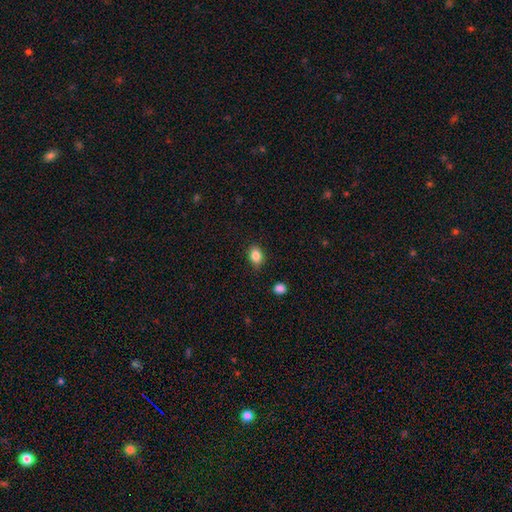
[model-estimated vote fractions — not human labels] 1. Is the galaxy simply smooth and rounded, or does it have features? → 84% smooth, 10% star or artifact, 6% featured or disk.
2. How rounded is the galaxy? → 67% in between, 32% round, 1% cigar-shaped.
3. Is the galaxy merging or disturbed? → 84% none, 12% minor disturbance, 2% major disturbance, 1% merger.